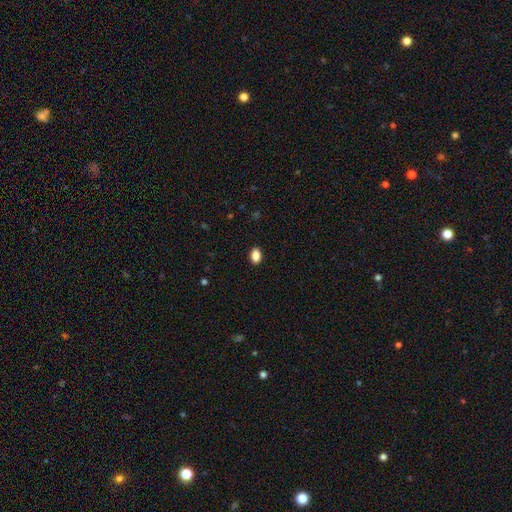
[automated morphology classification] smooth 88%, star or artifact 9%, featured or disk 4%. Down the decision tree: how rounded — in between (84%); merging — none (90%).